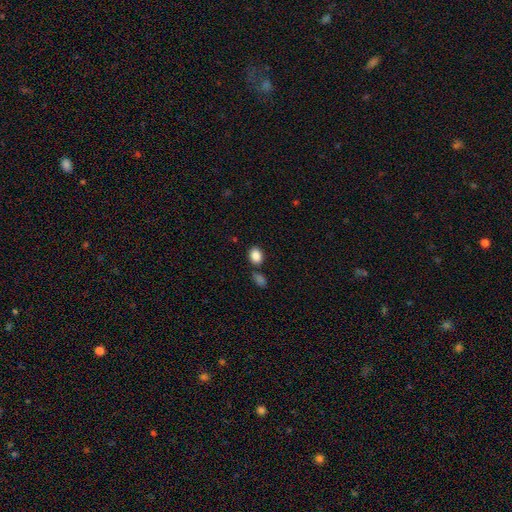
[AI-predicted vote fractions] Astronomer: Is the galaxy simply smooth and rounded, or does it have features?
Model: smooth — 87%.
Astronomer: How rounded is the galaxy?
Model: in between — 63%.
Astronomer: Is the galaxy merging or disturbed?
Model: none — 72%.